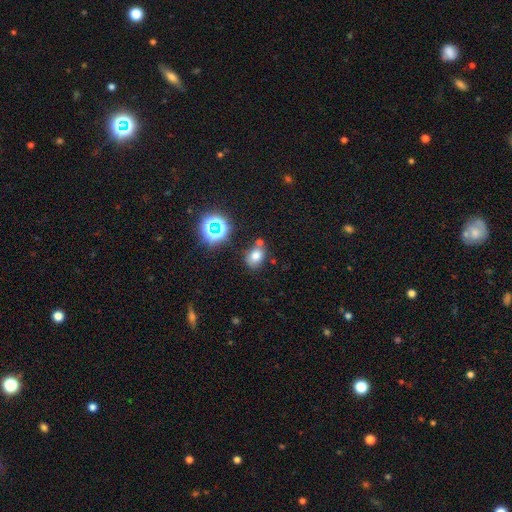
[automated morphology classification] Overall: smooth (72%). How rounded: in between (62%; round 36%). Merging: none (65%).